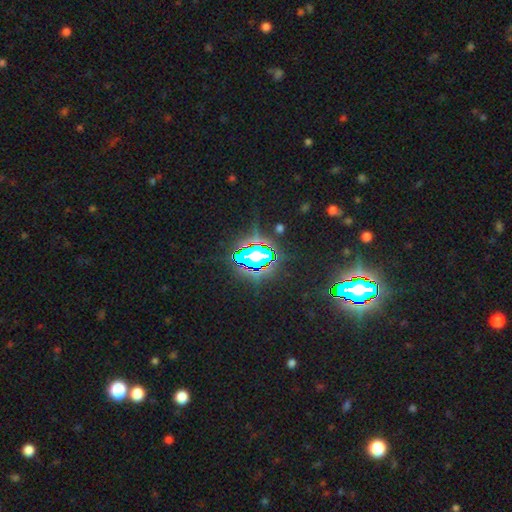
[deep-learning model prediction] Smooth or featured? star or artifact (74%)